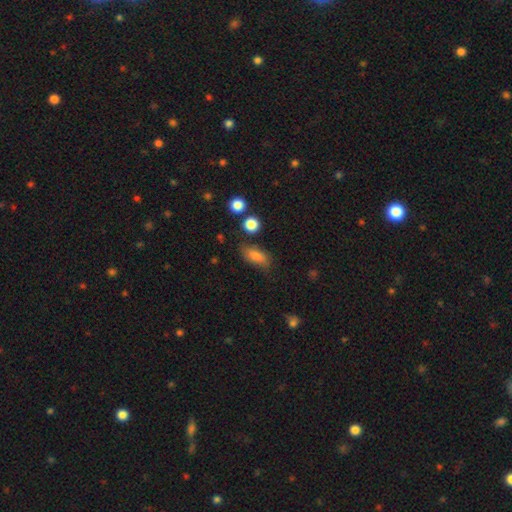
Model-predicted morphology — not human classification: smooth-or-featured: smooth: 79% | featured or disk: 11% | star or artifact: 10%
  how-rounded: in between: 82% | cigar-shaped: 10% | round: 8%
  merging: none: 68% | minor disturbance: 22% | major disturbance: 7% | merger: 4%